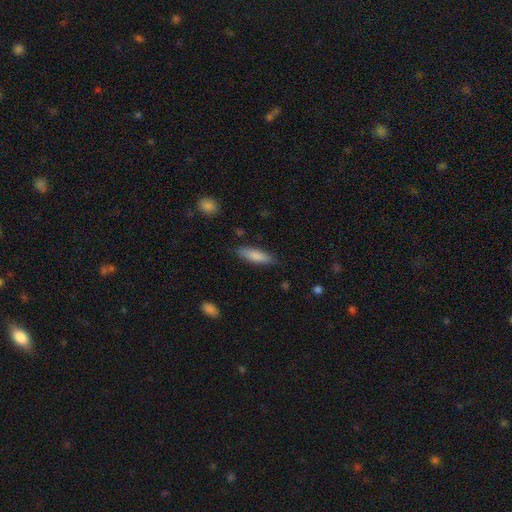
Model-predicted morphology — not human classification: smooth_or_featured: smooth (p=0.84) [alt: featured or disk p=0.10]
how_rounded: cigar-shaped (p=0.59) [alt: in between p=0.39]
merging: none (p=0.84) [alt: minor disturbance p=0.12]